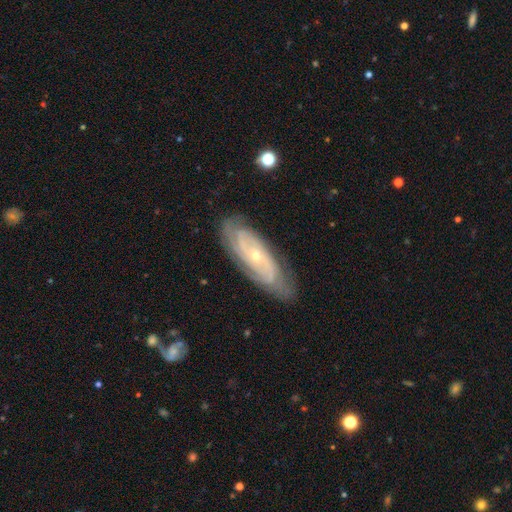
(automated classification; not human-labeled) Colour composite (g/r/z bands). It shows a featured or disk galaxy (83%) with no bar (73%), tight (67%) spiral arms (94%) and a small central bulge (75%). Merging: none (78%).